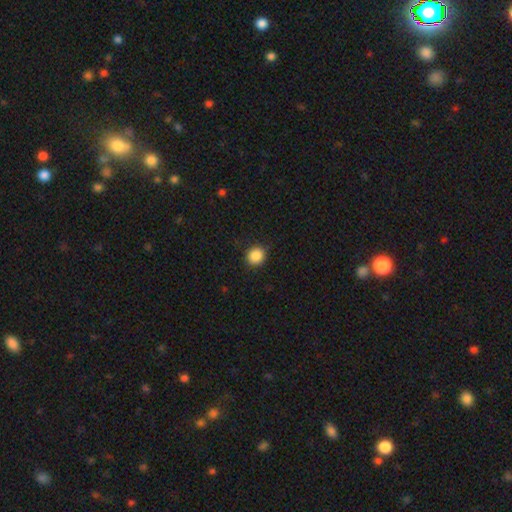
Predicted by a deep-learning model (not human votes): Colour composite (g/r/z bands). It shows a smooth galaxy with no disk features (87%) that is round (80%). Merging: none (87%).